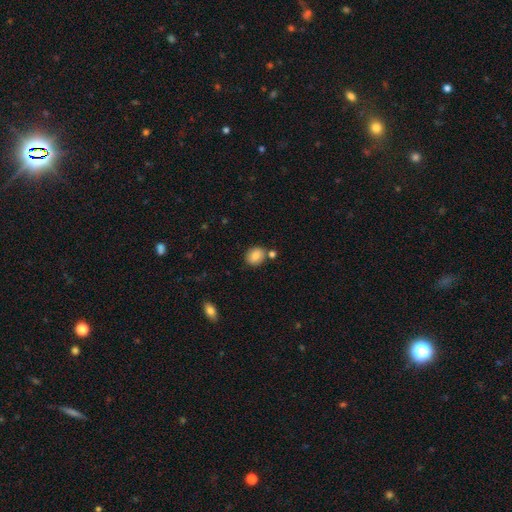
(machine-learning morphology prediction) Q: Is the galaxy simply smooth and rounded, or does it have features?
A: smooth — 84%.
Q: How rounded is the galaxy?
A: round — 54%.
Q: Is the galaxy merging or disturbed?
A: none — 75%.